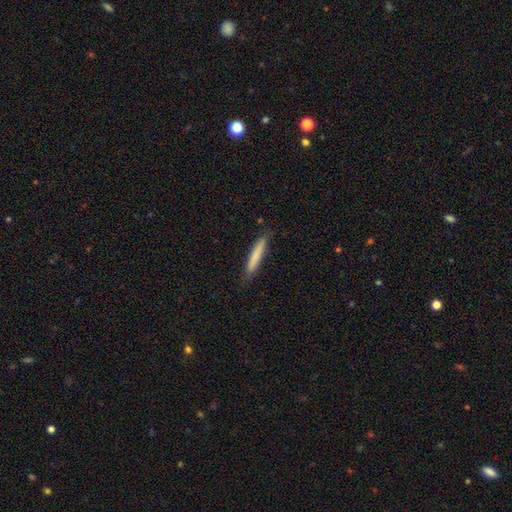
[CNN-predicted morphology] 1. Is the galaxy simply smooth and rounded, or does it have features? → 76% smooth, 18% featured or disk, 6% star or artifact.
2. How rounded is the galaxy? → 94% cigar-shaped, 5% in between, 1% round.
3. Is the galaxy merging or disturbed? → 85% none, 12% minor disturbance, 2% major disturbance, 1% merger.